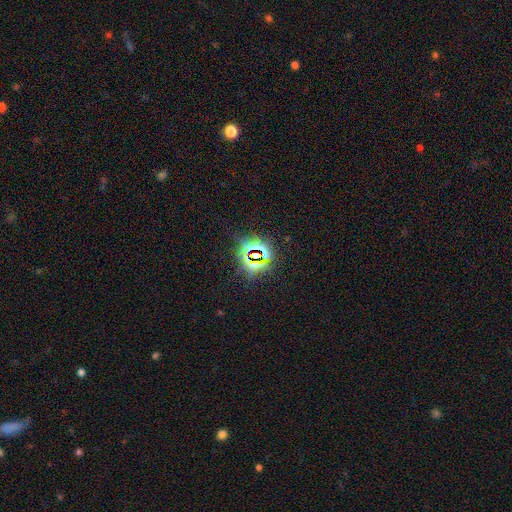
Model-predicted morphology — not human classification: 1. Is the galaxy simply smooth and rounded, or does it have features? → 78% star or artifact, 14% smooth, 8% featured or disk.